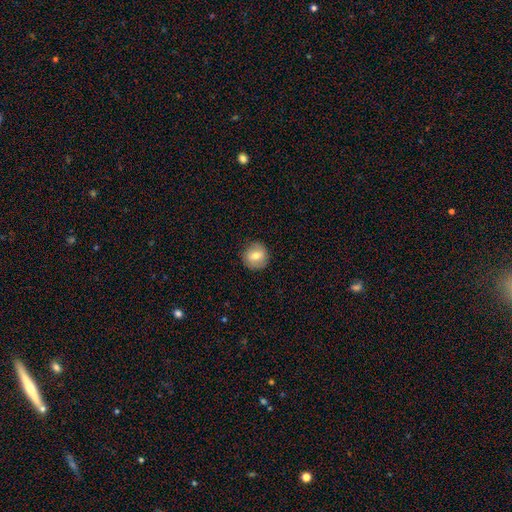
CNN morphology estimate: Smooth or featured: smooth — 72% (featured or disk — 20%)
How rounded: round — 91% (in between — 8%)
Merging: none — 88% (minor disturbance — 9%)